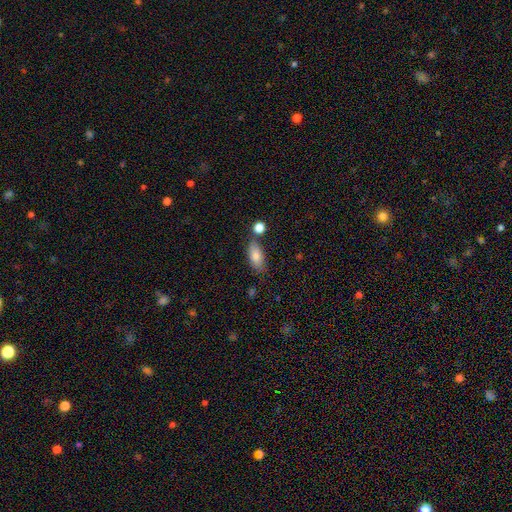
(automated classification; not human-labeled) This is clearly a smooth galaxy (80%). How rounded: clearly in between (87%). Merging: likely none (74%).